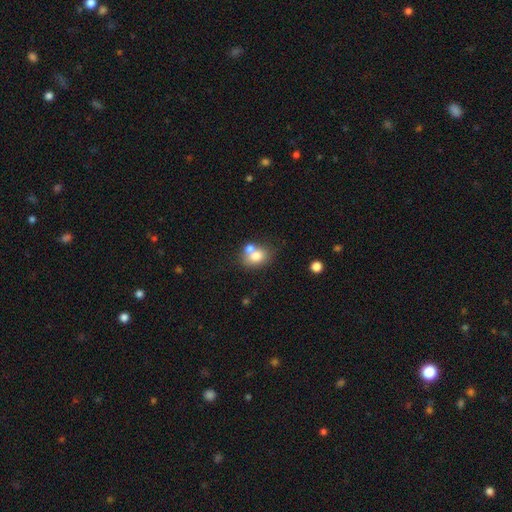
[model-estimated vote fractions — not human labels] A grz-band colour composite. It shows a smooth galaxy with no disk features (74%) that is in between round and cigar-shaped (53%). Merging: none (44%).